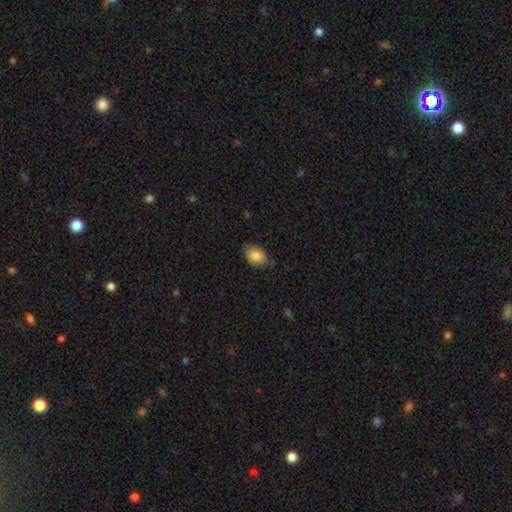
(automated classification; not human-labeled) This appears to be a smooth galaxy with no disk features (86%) that is in between round and cigar-shaped (79%). Merging: none (75%).